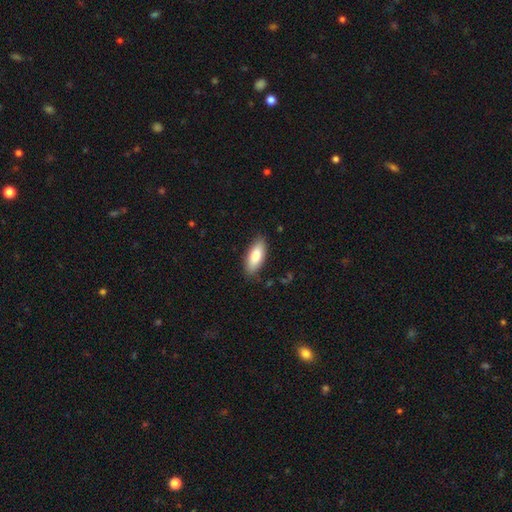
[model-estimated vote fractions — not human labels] This appears to be a smooth galaxy with no disk features (82%) that is in between round and cigar-shaped (79%). Merging: none (85%).